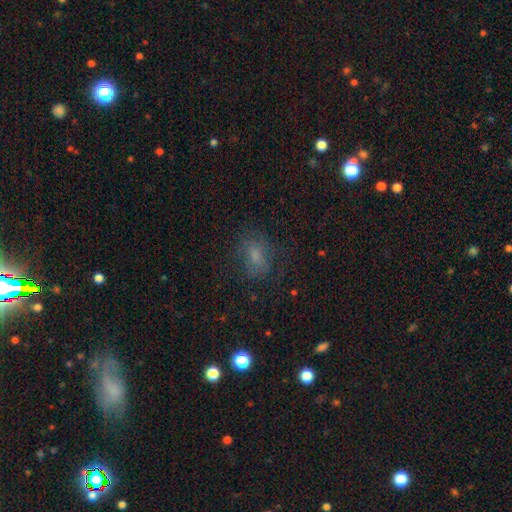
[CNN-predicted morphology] Smooth or featured? smooth (61%)
How rounded? in between (67%)
Merging? none (64%)